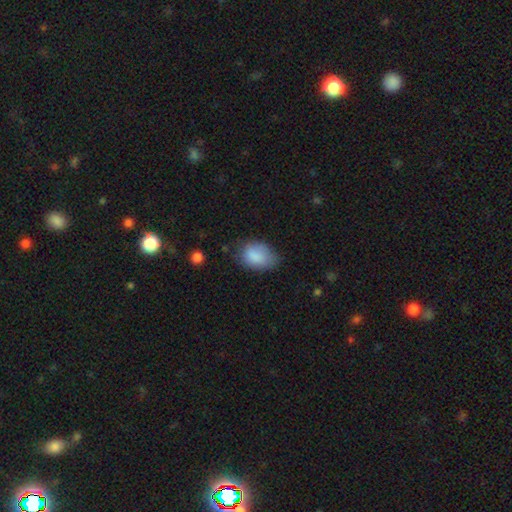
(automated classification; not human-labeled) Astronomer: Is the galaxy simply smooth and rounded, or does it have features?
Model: smooth — 85%.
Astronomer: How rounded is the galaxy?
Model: in between — 84%.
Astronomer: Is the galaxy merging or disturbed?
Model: none — 58%.